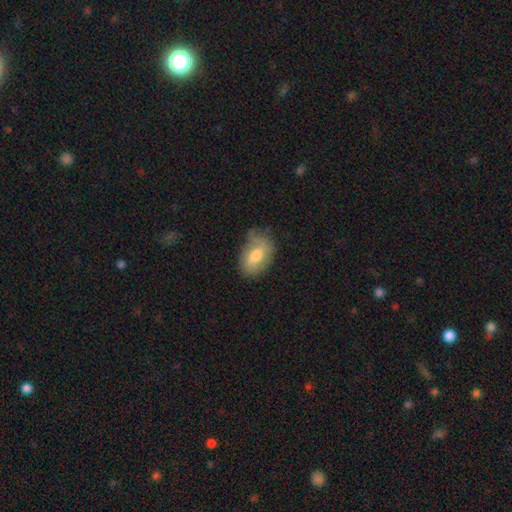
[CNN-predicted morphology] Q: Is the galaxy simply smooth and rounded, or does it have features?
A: smooth — 63%.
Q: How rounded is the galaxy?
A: in between — 89%.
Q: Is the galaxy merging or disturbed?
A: none — 53%.